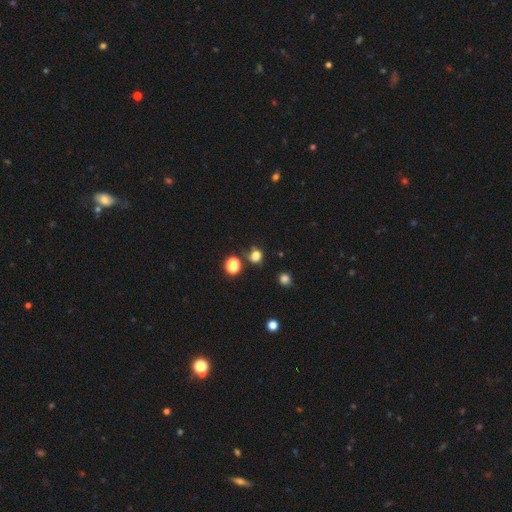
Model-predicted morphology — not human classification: This appears to be a smooth galaxy with no disk features (73%) that is round (74%). Merging: none (72%).